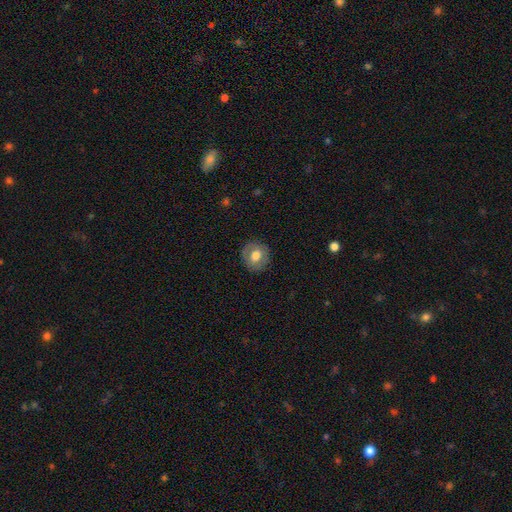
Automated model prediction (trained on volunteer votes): Smooth or featured? smooth (68%)
How rounded? round (84%)
Merging? none (86%)